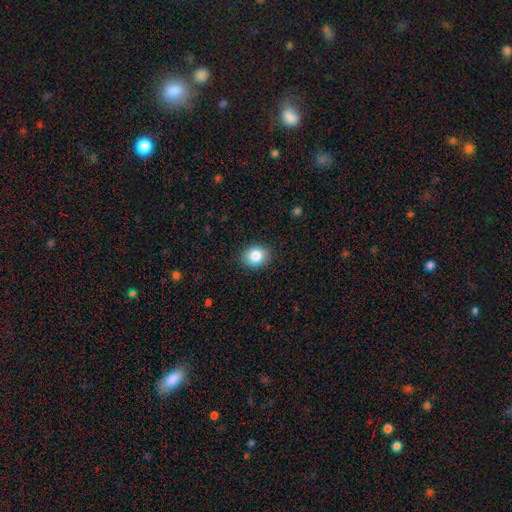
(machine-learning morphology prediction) The model was most divided on "how rounded": round: 58%, in between: 41%, cigar-shaped: 1%. More confident: merging — none (89%); smooth or featured — smooth (85%).